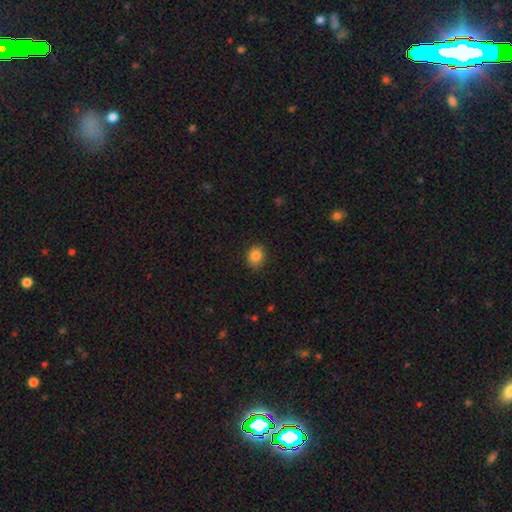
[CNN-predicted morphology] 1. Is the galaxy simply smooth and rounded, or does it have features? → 85% smooth, 10% star or artifact, 5% featured or disk.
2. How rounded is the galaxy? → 58% round, 42% in between, 1% cigar-shaped.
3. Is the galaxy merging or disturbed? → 84% none, 12% minor disturbance, 2% major disturbance, 1% merger.